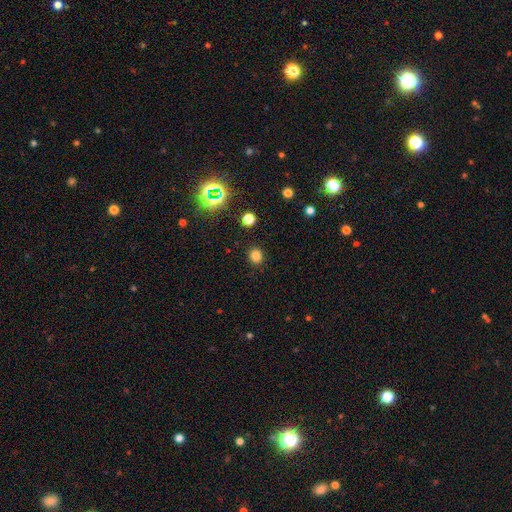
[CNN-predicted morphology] Smooth or featured? smooth (80%)
How rounded? round (81%)
Merging? none (90%)